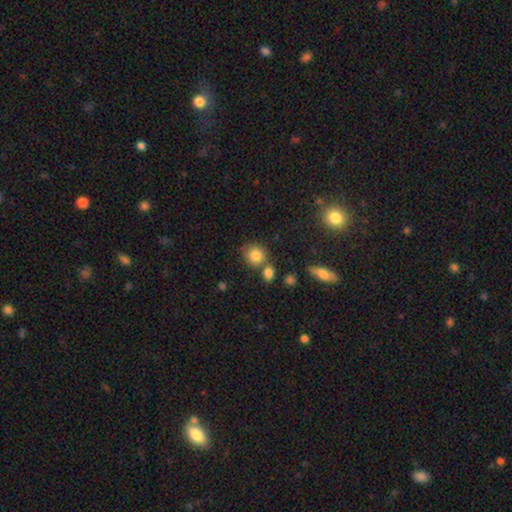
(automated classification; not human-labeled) This appears to be a smooth galaxy with no disk features (83%) that is round (83%). Merging: none (62%).